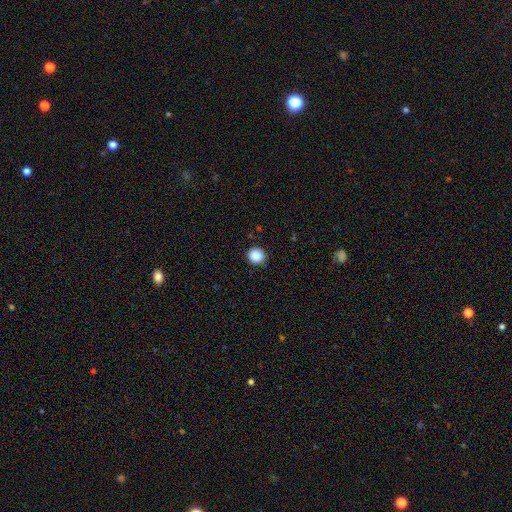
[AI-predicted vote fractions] Smooth or featured?
  - smooth: 88% *
  - star or artifact: 10%
  - featured or disk: 2%
How rounded?
  - round: 92% *
  - in between: 7%
  - cigar-shaped: 1%
Merging?
  - none: 90% *
  - minor disturbance: 7%
  - major disturbance: 2%
  - merger: 1%